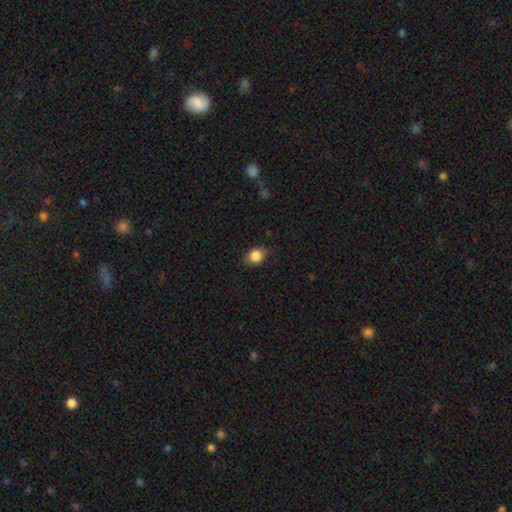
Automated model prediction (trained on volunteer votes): This is clearly a smooth galaxy (86%). How rounded: likely round (66%). Merging: likely none (77%).